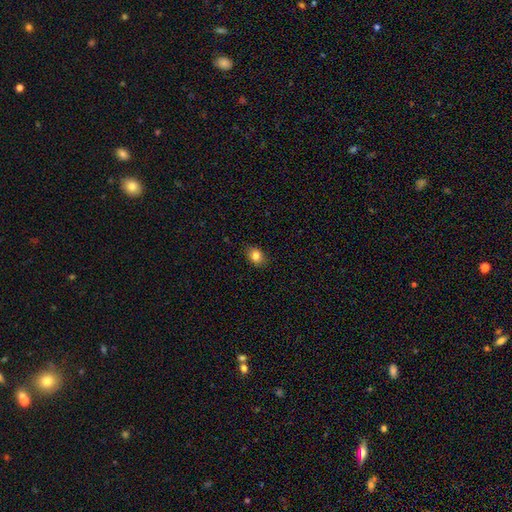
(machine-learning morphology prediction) Smooth or featured: smooth — 83% (star or artifact — 10%)
How rounded: in between — 62% (round — 36%)
Merging: none — 85% (minor disturbance — 11%)